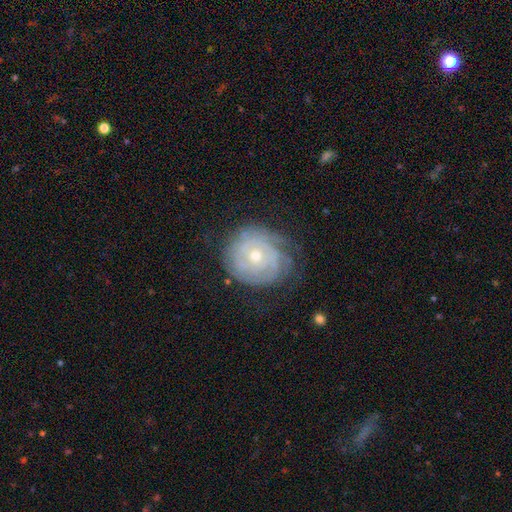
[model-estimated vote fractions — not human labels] smooth_or_featured: featured or disk (p=0.74) [alt: smooth p=0.19]
disk_edge_on: no (p=0.97) [alt: yes p=0.03]
bar: no (p=0.82) [alt: weak p=0.15]
has_spiral_arms: yes (p=0.86) [alt: no p=0.14]
spiral_winding: tight (p=0.78) [alt: medium p=0.17]
spiral_arm_count: can't tell (p=0.51) [alt: 2 p=0.14]
bulge_size: small (p=0.49) [alt: moderate p=0.48]
merging: none (p=0.65) [alt: minor disturbance p=0.23]